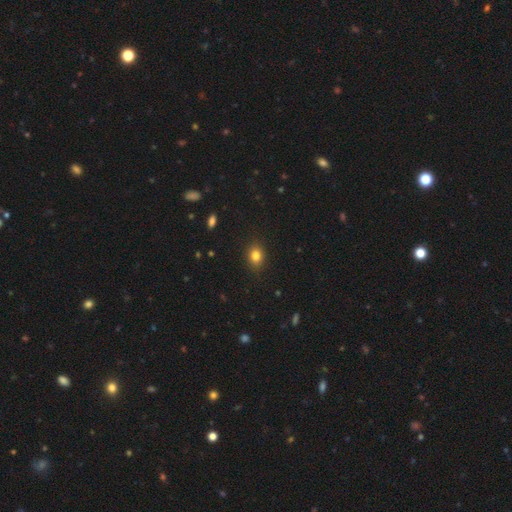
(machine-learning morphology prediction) A smooth galaxy with no disk features (83%) that is in between round and cigar-shaped (54%). Merging: none (88%).